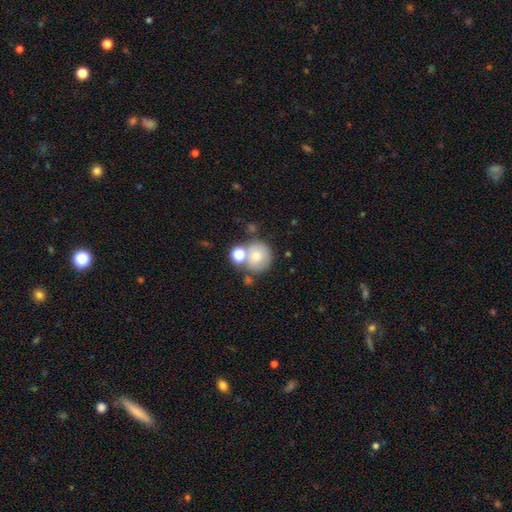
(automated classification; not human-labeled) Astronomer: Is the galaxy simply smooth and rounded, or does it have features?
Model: smooth — 71%.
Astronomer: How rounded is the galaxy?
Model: round — 87%.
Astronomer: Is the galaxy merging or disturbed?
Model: none — 54%.